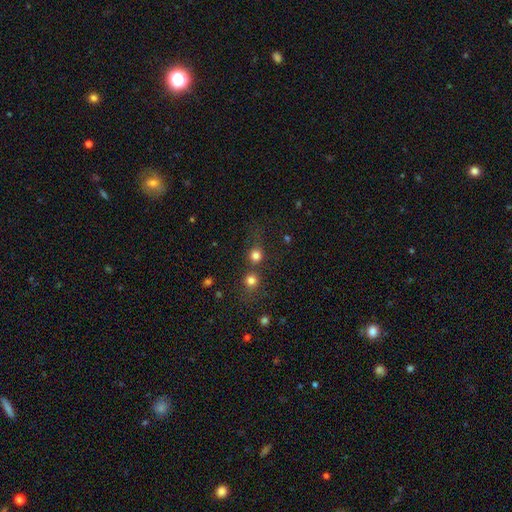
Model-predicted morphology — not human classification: Smooth or featured?
  - smooth: 79% *
  - star or artifact: 15%
  - featured or disk: 6%
How rounded?
  - round: 89% *
  - in between: 10%
  - cigar-shaped: 1%
Merging?
  - none: 60% *
  - merger: 26%
  - minor disturbance: 9%
  - major disturbance: 5%